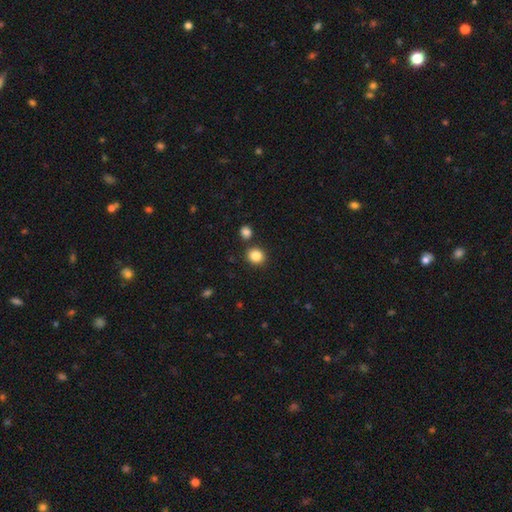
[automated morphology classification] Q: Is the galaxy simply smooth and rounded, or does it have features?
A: smooth — 85%.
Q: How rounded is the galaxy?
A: round — 80%.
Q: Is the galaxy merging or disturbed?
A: none — 83%.